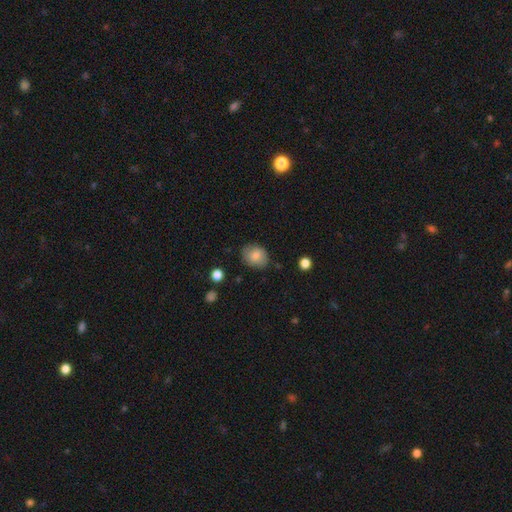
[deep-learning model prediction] Smooth or featured: smooth — 80% (featured or disk — 11%)
How rounded: round — 55% (in between — 44%)
Merging: none — 78% (minor disturbance — 16%)